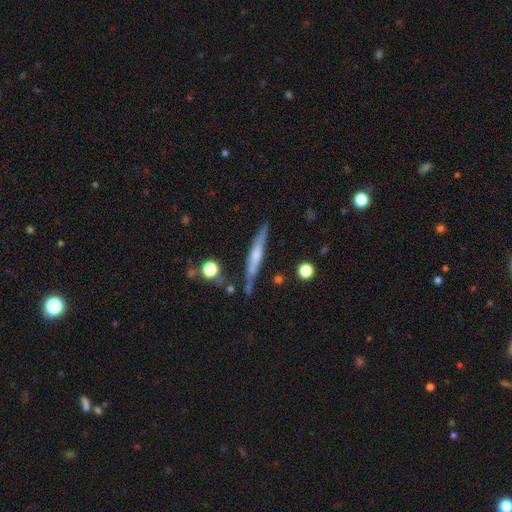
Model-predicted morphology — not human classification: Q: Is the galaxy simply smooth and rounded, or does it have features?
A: featured or disk — 59%.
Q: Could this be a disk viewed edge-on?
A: yes — 94%.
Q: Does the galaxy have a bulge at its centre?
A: rounded — 44%.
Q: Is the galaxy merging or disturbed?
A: none — 78%.